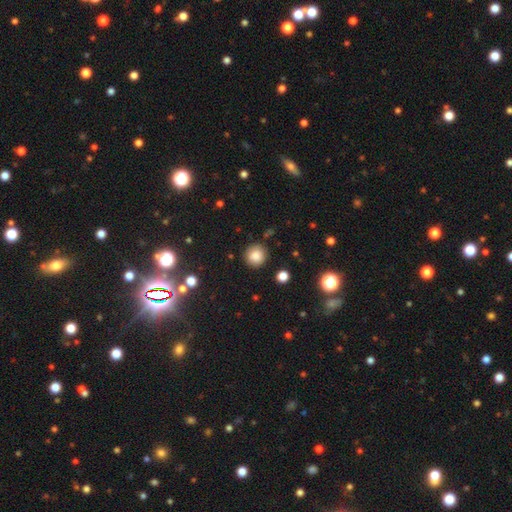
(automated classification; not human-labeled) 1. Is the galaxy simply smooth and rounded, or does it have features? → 84% smooth, 11% star or artifact, 5% featured or disk.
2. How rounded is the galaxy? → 92% round, 7% in between, 1% cigar-shaped.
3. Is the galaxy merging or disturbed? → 88% none, 8% minor disturbance, 2% major disturbance, 2% merger.